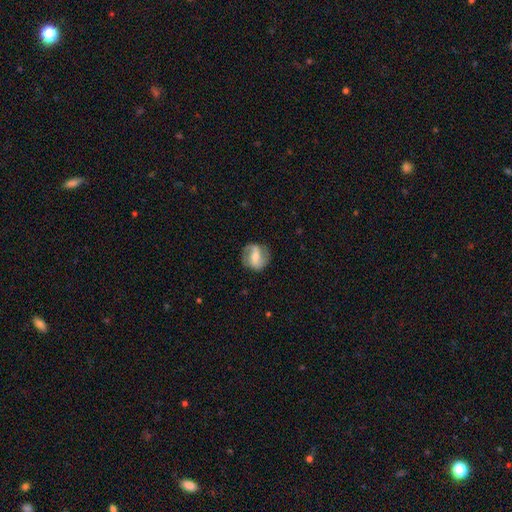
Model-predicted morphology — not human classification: featured or disk 66%, smooth 28%, star or artifact 7%. Down the decision tree: edge-on disk — no (96%); bar — strong (46%); spiral arms — yes (82%); spiral arm count — 2 (86%); spiral winding — medium (41%); bulge size — moderate (48%); merging — none (78%).